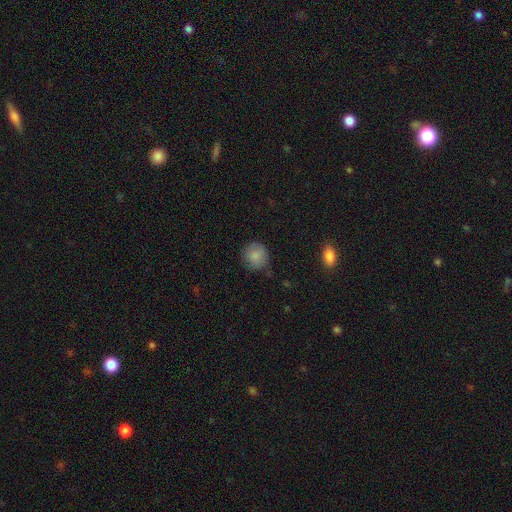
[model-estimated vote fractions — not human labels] A smooth galaxy with no disk features (85%) that is round (91%).

Vote fractions:
- Smooth or featured? smooth: 85% / star or artifact: 9% / featured or disk: 6%
- How rounded? round: 91% / in between: 8% / cigar-shaped: 1%
- Merging? none: 79% / minor disturbance: 16% / major disturbance: 4% / merger: 1%